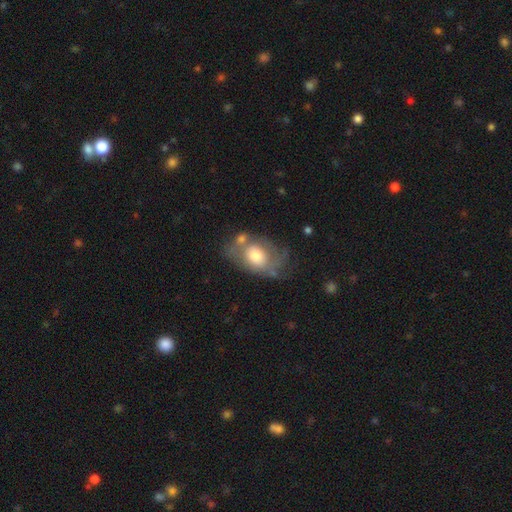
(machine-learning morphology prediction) Smooth or featured: smooth — 56% (featured or disk — 37%)
How rounded: in between — 79% (round — 20%)
Merging: none — 40% (minor disturbance — 27%)